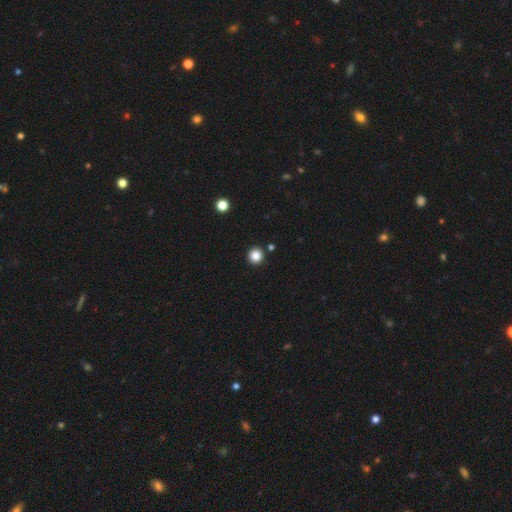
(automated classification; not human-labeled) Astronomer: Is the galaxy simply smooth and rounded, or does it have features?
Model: smooth — 85%.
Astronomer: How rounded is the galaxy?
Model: round — 96%.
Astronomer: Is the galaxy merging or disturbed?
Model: none — 92%.